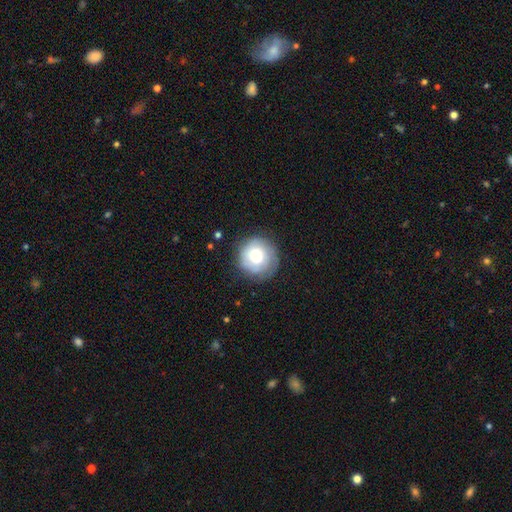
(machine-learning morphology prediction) This appears to be a smooth galaxy with no disk features (63%) that is round (94%). Merging: none (77%).